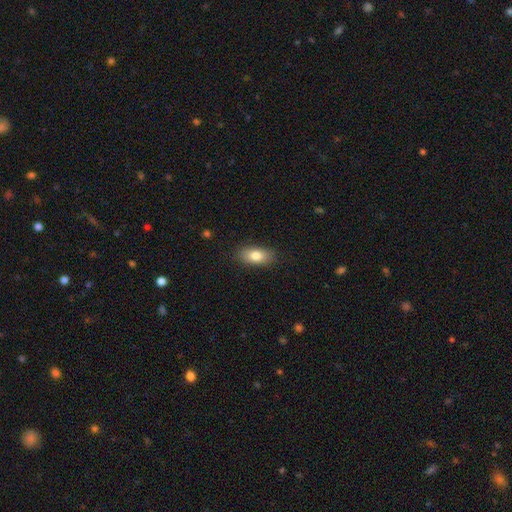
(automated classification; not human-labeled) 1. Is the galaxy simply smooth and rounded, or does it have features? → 80% smooth, 12% featured or disk, 8% star or artifact.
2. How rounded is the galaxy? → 87% in between, 8% cigar-shaped, 5% round.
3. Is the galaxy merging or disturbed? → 86% none, 10% minor disturbance, 2% major disturbance, 1% merger.